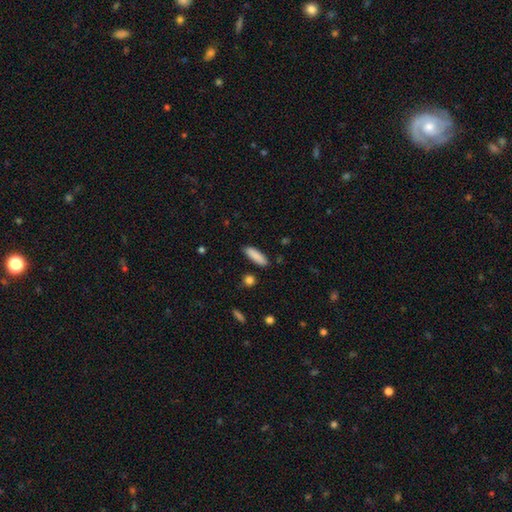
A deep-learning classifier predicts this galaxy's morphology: Smooth or featured: smooth — 88% (star or artifact — 6%)
How rounded: cigar-shaped — 57% (in between — 41%)
Merging: none — 86% (minor disturbance — 10%)